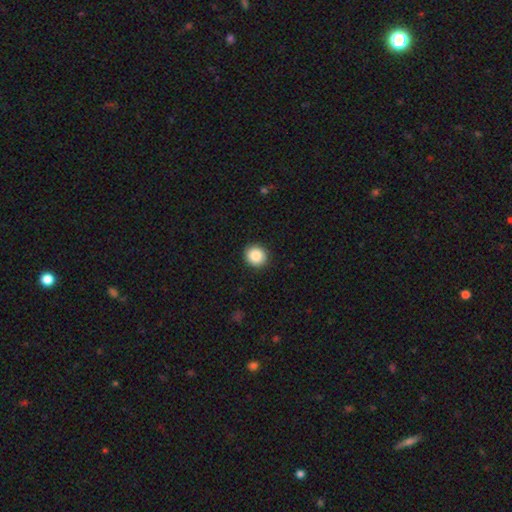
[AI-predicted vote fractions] smooth_or_featured: smooth (p=0.87) [alt: star or artifact p=0.08]
how_rounded: round (p=0.90) [alt: in between p=0.09]
merging: none (p=0.92) [alt: minor disturbance p=0.05]